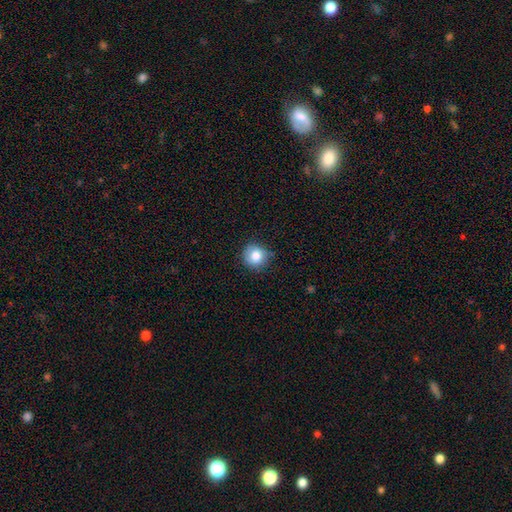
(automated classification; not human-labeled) Morphology: type=smooth (83%); roundness=round (90%); merging=none (79%).